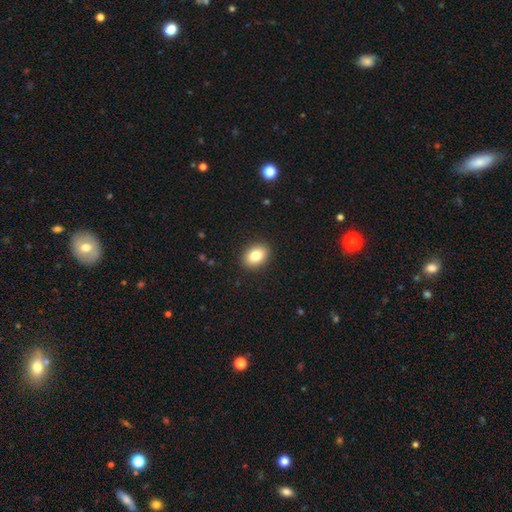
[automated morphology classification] Smooth or featured?
  - smooth: 82% *
  - featured or disk: 9%
  - star or artifact: 9%
How rounded?
  - in between: 73% *
  - round: 26%
  - cigar-shaped: 1%
Merging?
  - none: 90% *
  - minor disturbance: 7%
  - major disturbance: 2%
  - merger: 1%